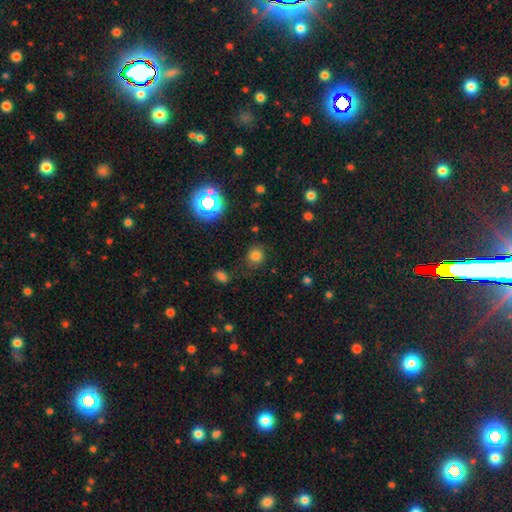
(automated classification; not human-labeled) smooth-or-featured: smooth: 73% | star or artifact: 20% | featured or disk: 7%
  how-rounded: round: 82% | in between: 17% | cigar-shaped: 1%
  merging: none: 76% | minor disturbance: 15% | major disturbance: 6% | merger: 3%